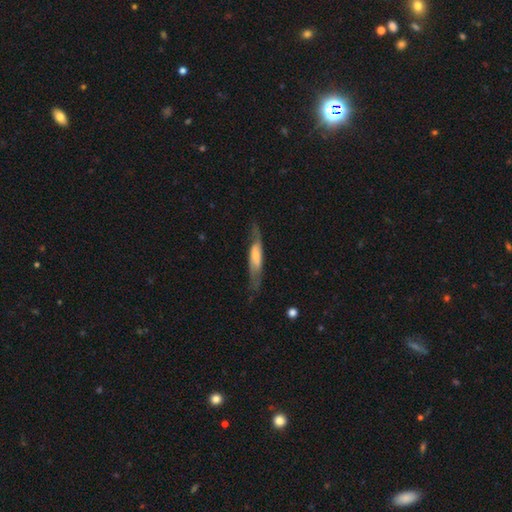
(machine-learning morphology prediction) This appears to be a featured or disk galaxy (52%) viewed edge-on (54%). Merging: none (64%).